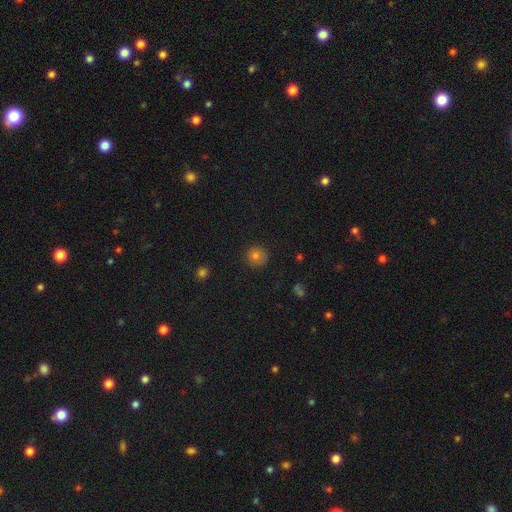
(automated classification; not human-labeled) A smooth galaxy with no disk features (79%) that is round (95%). Merging: none (89%).